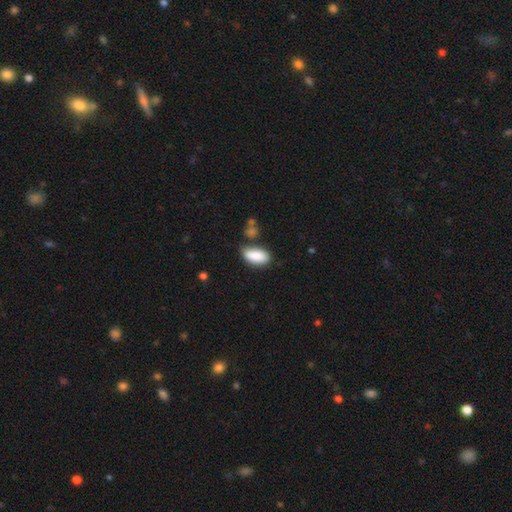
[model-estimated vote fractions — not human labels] Q: Smooth or featured?
A: smooth (88%); runner-up: star or artifact (7%)
Q: How rounded?
A: in between (90%); runner-up: cigar-shaped (7%)
Q: Merging?
A: none (66%); runner-up: minor disturbance (21%)